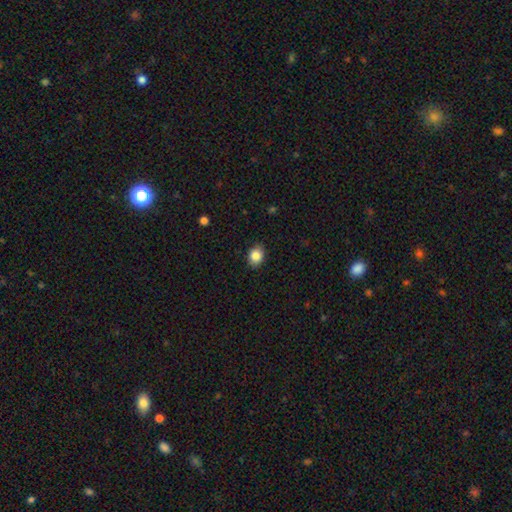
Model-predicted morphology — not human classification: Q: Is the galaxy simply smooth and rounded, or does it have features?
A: smooth — 85%.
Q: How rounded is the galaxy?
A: in between — 55%.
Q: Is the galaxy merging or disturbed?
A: none — 88%.